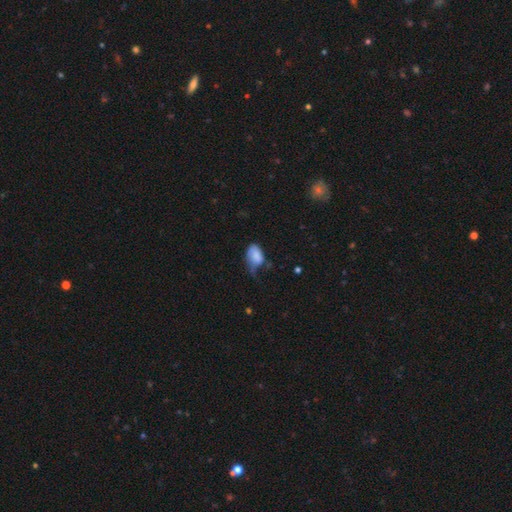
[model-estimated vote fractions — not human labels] smooth_or_featured: smooth (p=0.72) [alt: featured or disk p=0.20]
how_rounded: in between (p=0.86) [alt: round p=0.12]
merging: major disturbance (p=0.41) [alt: minor disturbance p=0.34]